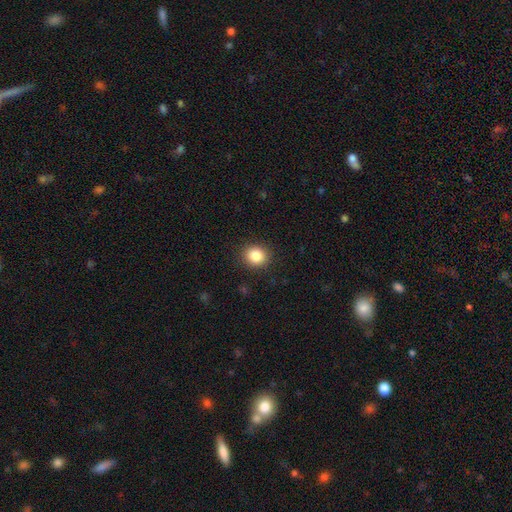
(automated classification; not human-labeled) This is clearly a smooth galaxy (86%). How rounded: likely round (80%). Merging: clearly none (89%).